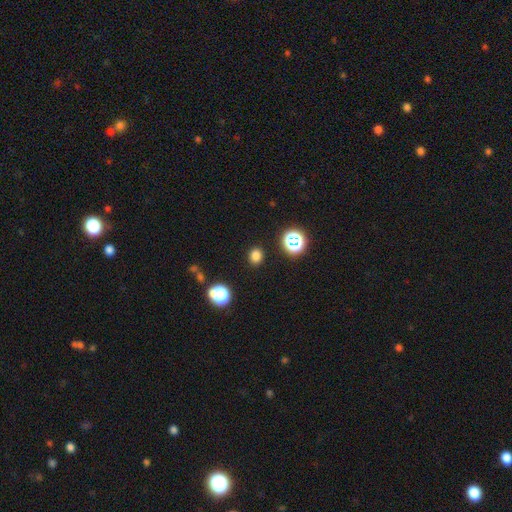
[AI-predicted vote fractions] Q: Smooth or featured?
A: smooth (77%); runner-up: star or artifact (18%)
Q: How rounded?
A: round (74%); runner-up: in between (25%)
Q: Merging?
A: none (90%); runner-up: minor disturbance (7%)